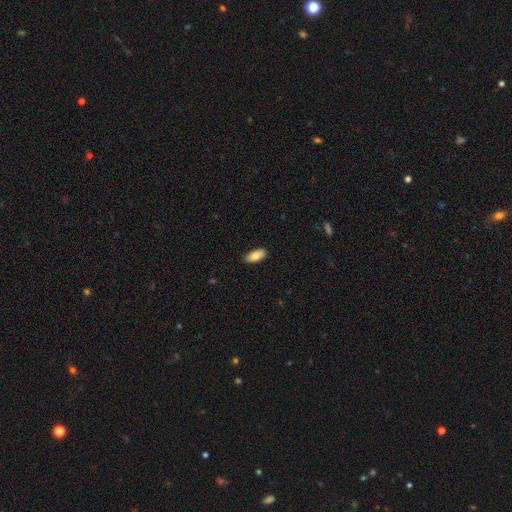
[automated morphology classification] This appears to be a smooth galaxy with no disk features (85%) that is in between round and cigar-shaped (89%). Merging: none (87%).